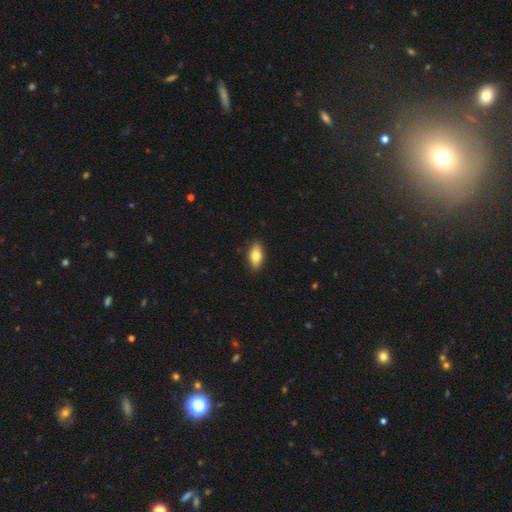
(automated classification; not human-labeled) smooth 77%, featured or disk 17%, star or artifact 6%. Down the decision tree: how rounded — in between (86%); merging — none (89%).